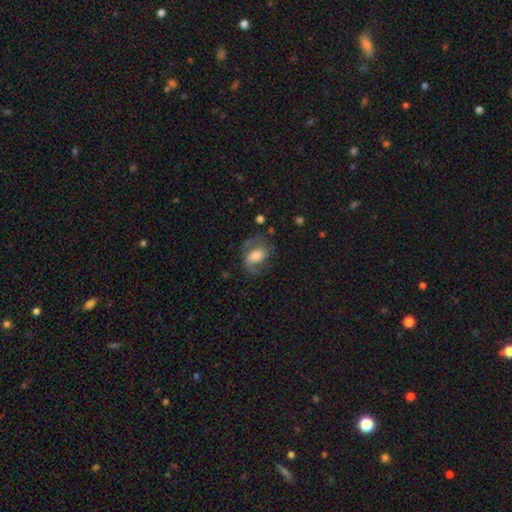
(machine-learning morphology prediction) featured or disk 62%, smooth 30%, star or artifact 8%. Down the decision tree: edge-on disk — no (97%); bar — no (45%); spiral arms — yes (87%); spiral arm count — 2 (73%); spiral winding — medium (47%); bulge size — moderate (47%); merging — none (58%).